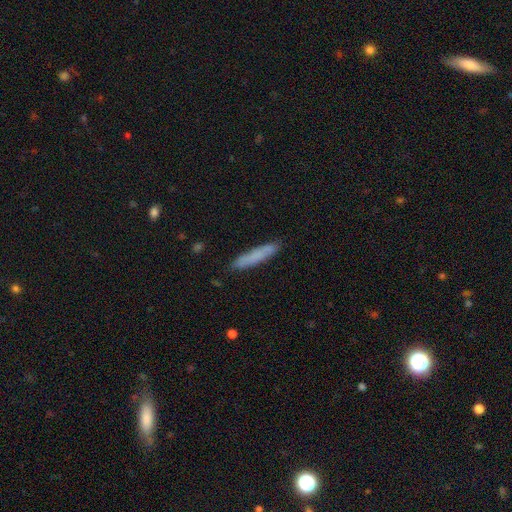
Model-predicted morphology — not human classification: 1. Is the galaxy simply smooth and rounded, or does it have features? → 76% smooth, 18% featured or disk, 7% star or artifact.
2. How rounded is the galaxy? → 92% cigar-shaped, 7% in between, 1% round.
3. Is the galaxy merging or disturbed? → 86% none, 11% minor disturbance, 2% major disturbance, 2% merger.